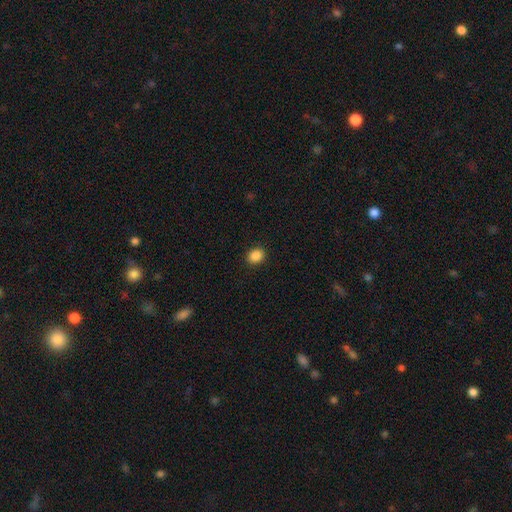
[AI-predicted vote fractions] This is clearly a smooth galaxy (87%). How rounded: likely round (63%). Merging: clearly none (91%).